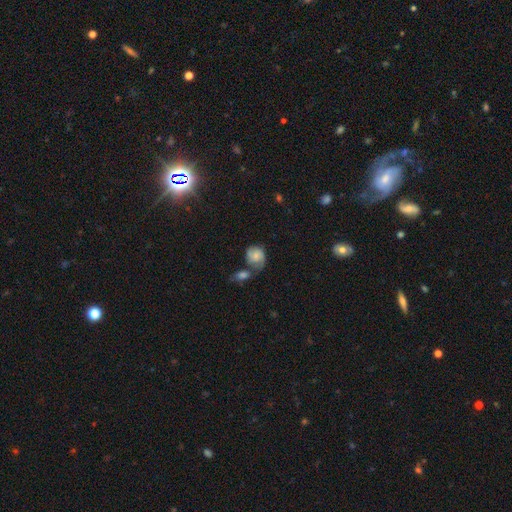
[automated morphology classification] Overall: featured or disk (48%; smooth 44%). Merging: merger (38%; none 33%).